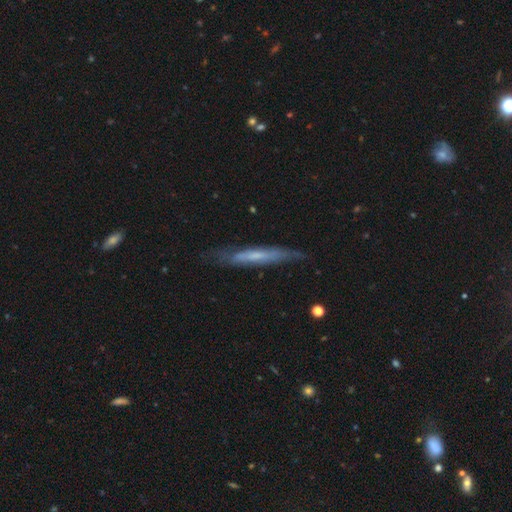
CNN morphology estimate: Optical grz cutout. It shows a featured or disk galaxy (52%) viewed edge-on (83%). Merging: none (74%).